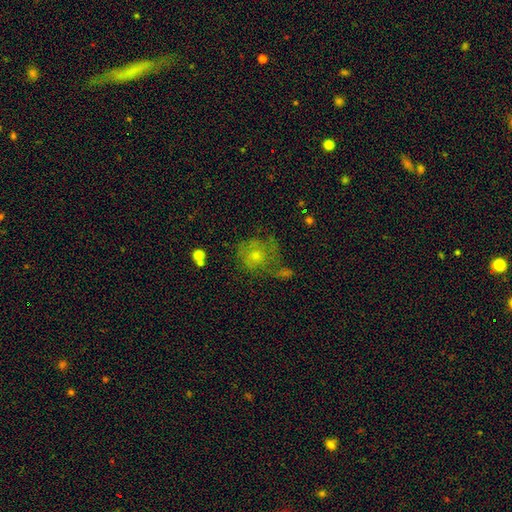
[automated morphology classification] Smooth or featured? featured or disk (45%)
Merging? none (54%)